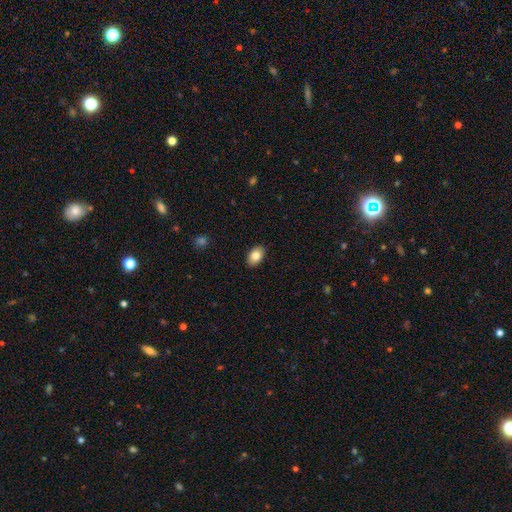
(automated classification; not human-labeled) smooth_or_featured: smooth (p=0.83) [alt: featured or disk p=0.10]
how_rounded: in between (p=0.87) [alt: round p=0.11]
merging: none (p=0.89) [alt: minor disturbance p=0.08]